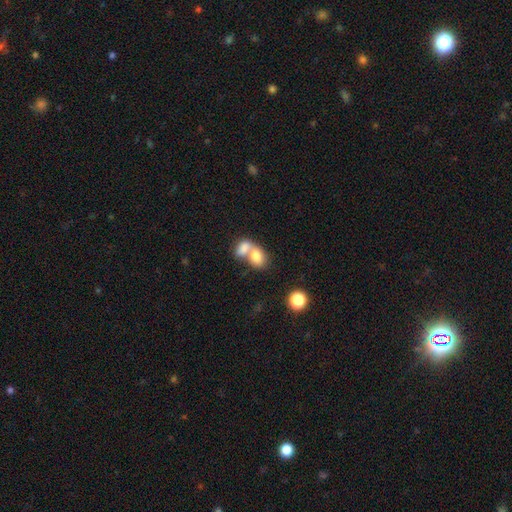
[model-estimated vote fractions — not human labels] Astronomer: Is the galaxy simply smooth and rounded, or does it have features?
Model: smooth — 77%.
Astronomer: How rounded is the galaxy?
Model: in between — 77%.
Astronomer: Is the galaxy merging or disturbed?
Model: merger — 73%.